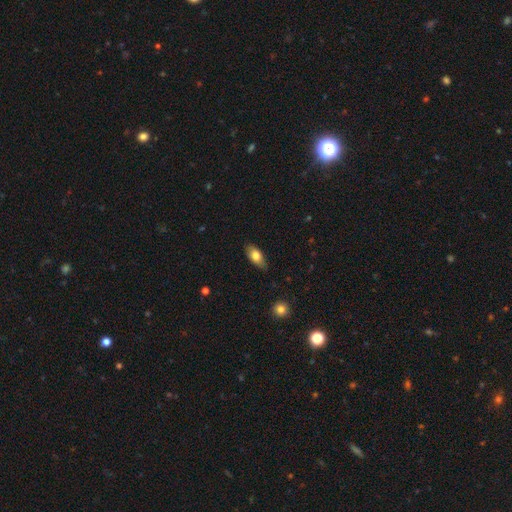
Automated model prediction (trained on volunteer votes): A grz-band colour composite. It shows a smooth galaxy with no disk features (75%) that is in between round and cigar-shaped (87%). Merging: none (81%).